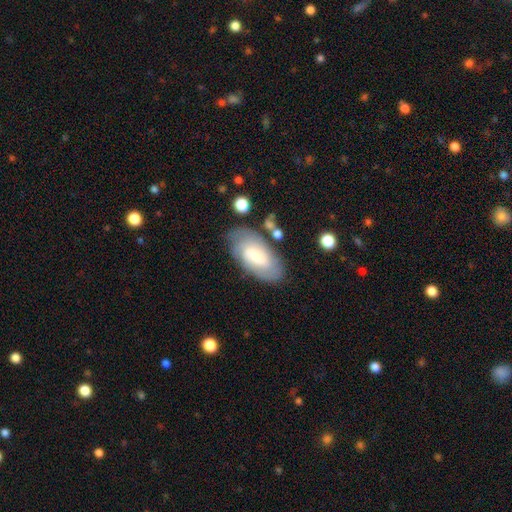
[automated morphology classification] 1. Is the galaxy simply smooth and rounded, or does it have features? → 47% featured or disk, 46% smooth, 7% star or artifact.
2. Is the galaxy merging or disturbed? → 72% none, 18% minor disturbance, 6% major disturbance, 4% merger.